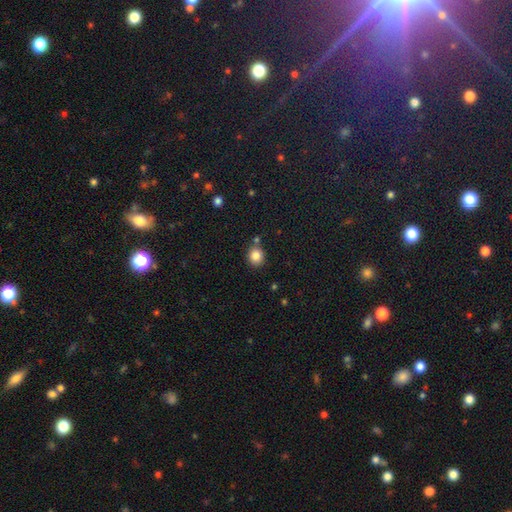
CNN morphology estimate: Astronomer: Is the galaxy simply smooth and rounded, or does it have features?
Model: smooth — 84%.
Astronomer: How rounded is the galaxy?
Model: round — 77%.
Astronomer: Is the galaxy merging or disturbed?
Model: none — 76%.